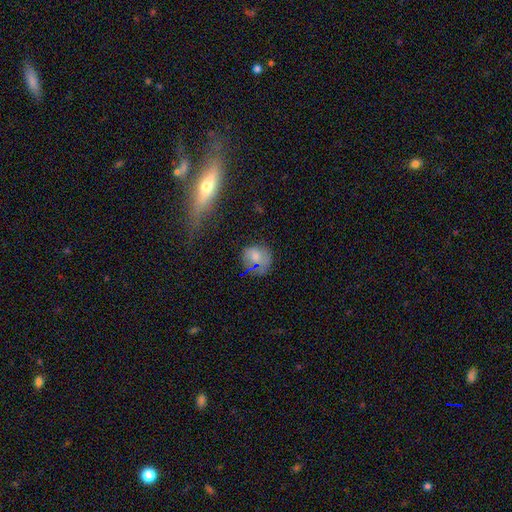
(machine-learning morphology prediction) The model was most divided on "merging": none: 57%, minor disturbance: 24%, major disturbance: 14%, merger: 6%. More confident: how rounded — round (73%); smooth or featured — smooth (65%).